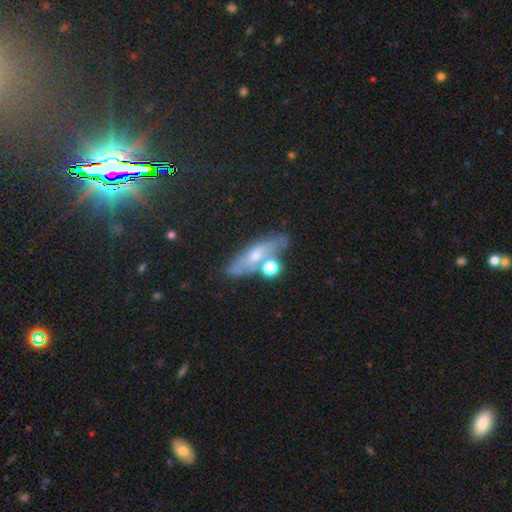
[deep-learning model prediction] The model was most divided on "smooth or featured": featured or disk: 43%, smooth: 39%, star or artifact: 18%. More confident: merging — none (65%).